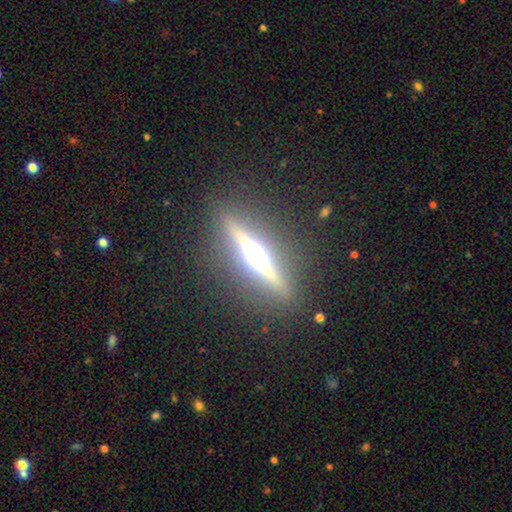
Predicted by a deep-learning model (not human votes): smooth_or_featured: featured or disk (p=0.78) [alt: smooth p=0.12]
disk_edge_on: yes (p=0.95) [alt: no p=0.05]
edge_on_bulge: rounded (p=0.92) [alt: boxy p=0.06]
merging: none (p=0.88) [alt: minor disturbance p=0.08]